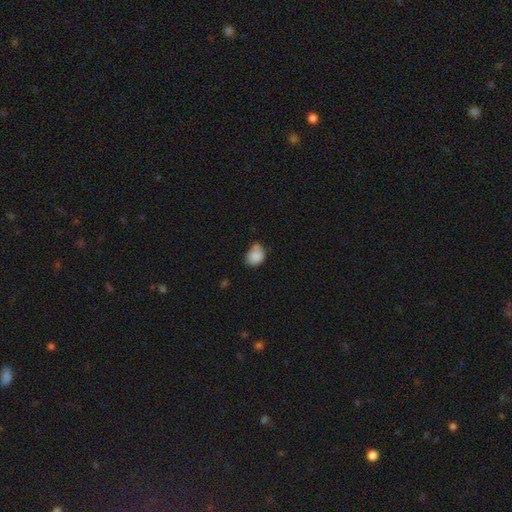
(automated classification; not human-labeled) smooth_or_featured: smooth (p=0.85) [alt: star or artifact p=0.09]
how_rounded: in between (p=0.56) [alt: round p=0.43]
merging: none (p=0.44) [alt: minor disturbance p=0.41]